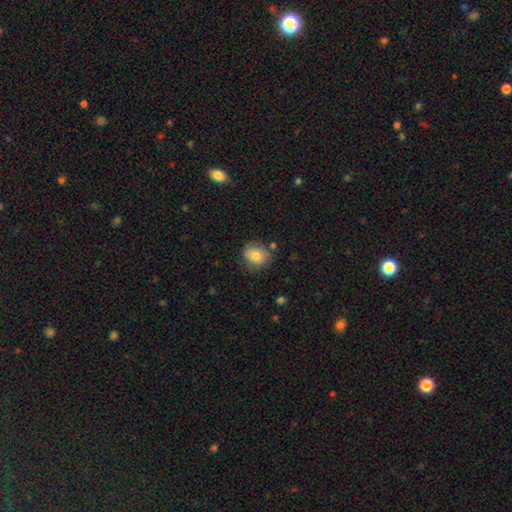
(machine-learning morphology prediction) smooth_or_featured: smooth (p=0.81) [alt: featured or disk p=0.09]
how_rounded: round (p=0.72) [alt: in between p=0.27]
merging: none (p=0.77) [alt: minor disturbance p=0.16]